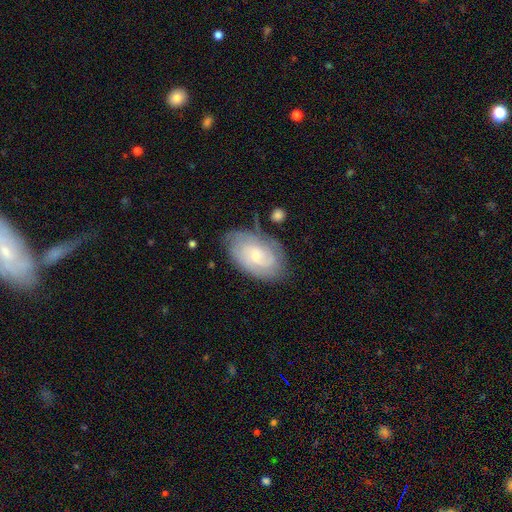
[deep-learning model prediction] The model was most divided on "spiral arm count": can't tell: 38%, 2: 36%, 3: 13%, 4: 5%, 1: 5%, more than 4: 3%. More confident: edge-on disk — no (96%); spiral arms — yes (89%); smooth or featured — featured or disk (68%); bulge size — small (68%); merging — none (67%); bar — no (64%); spiral winding — tight (59%).